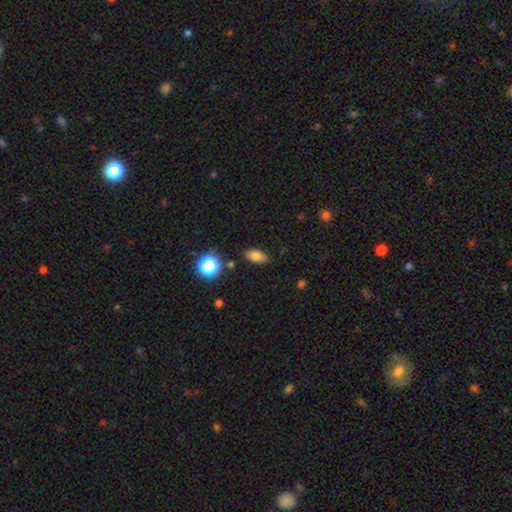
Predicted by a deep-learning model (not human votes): Morphology: type=smooth (77%); roundness=in between (82%); merging=none (81%).